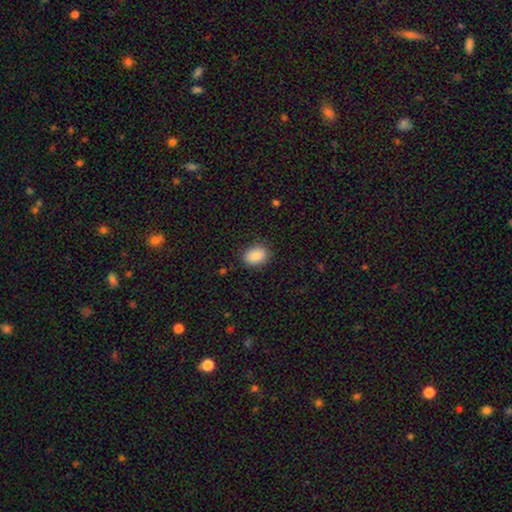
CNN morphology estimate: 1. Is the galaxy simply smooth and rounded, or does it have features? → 87% smooth, 8% star or artifact, 6% featured or disk.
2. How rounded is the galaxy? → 72% in between, 27% round, 1% cigar-shaped.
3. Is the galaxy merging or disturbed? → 86% none, 10% minor disturbance, 3% major disturbance, 1% merger.